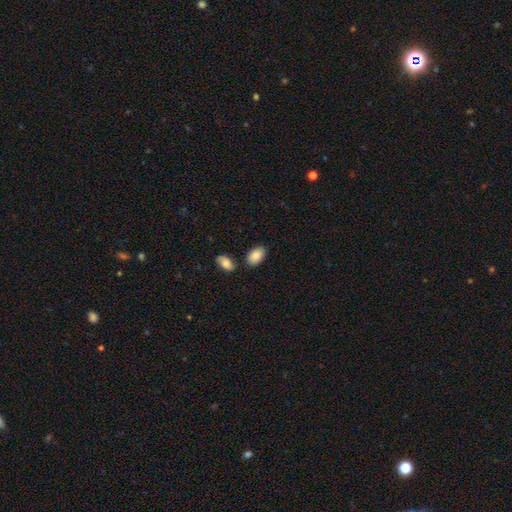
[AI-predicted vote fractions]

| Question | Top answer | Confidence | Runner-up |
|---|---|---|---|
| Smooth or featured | smooth | 86% | featured or disk (7%) |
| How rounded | in between | 93% | round (6%) |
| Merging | none | 77% | minor disturbance (11%) |